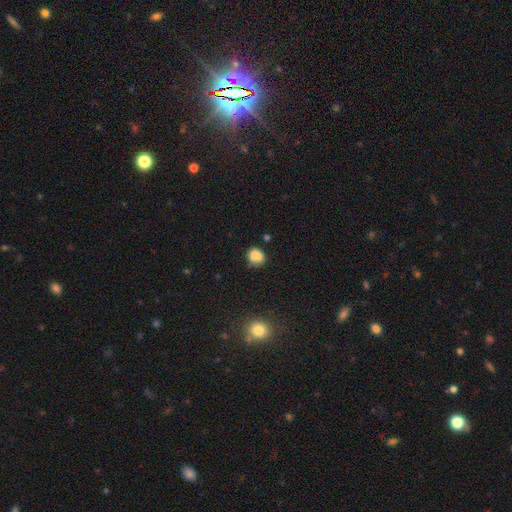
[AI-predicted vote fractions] Q: Smooth or featured?
A: smooth (77%); runner-up: featured or disk (12%)
Q: How rounded?
A: round (66%); runner-up: in between (33%)
Q: Merging?
A: none (47%); runner-up: merger (28%)